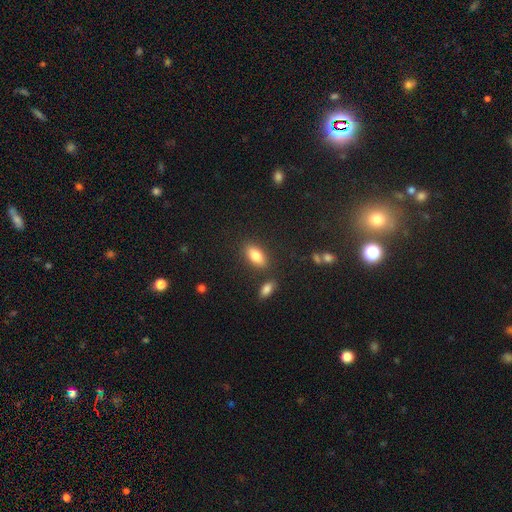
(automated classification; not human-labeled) smooth-or-featured: smooth: 82% | featured or disk: 11% | star or artifact: 8%
  how-rounded: in between: 85% | cigar-shaped: 11% | round: 4%
  merging: none: 81% | minor disturbance: 10% | merger: 6% | major disturbance: 3%